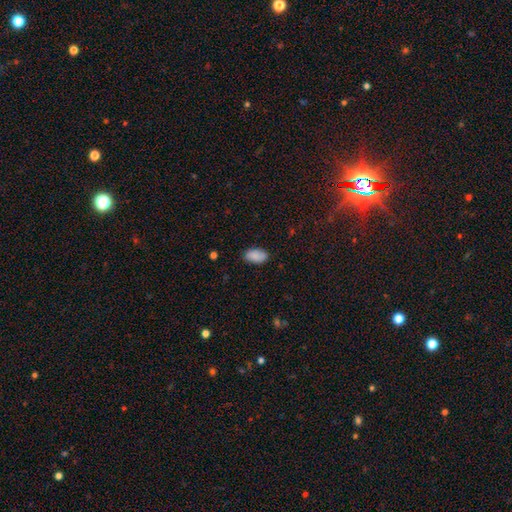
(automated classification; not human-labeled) This is clearly a smooth galaxy (86%). How rounded: clearly in between (94%). Merging: clearly none (82%).